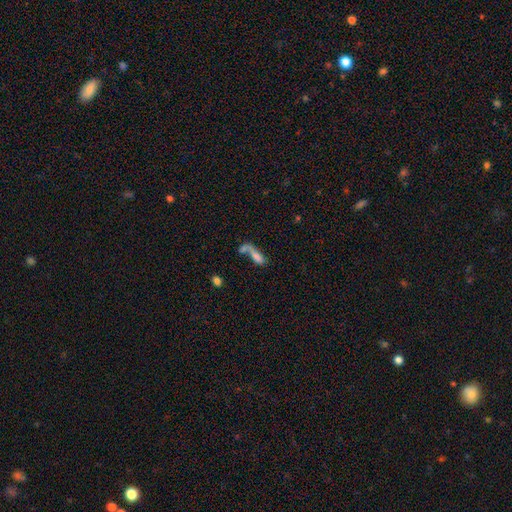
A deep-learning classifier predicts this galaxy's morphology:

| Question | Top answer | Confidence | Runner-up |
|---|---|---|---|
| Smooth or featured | smooth | 65% | featured or disk (21%) |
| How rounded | in between | 50% | cigar-shaped (45%) |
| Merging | merger | 52% | none (27%) |